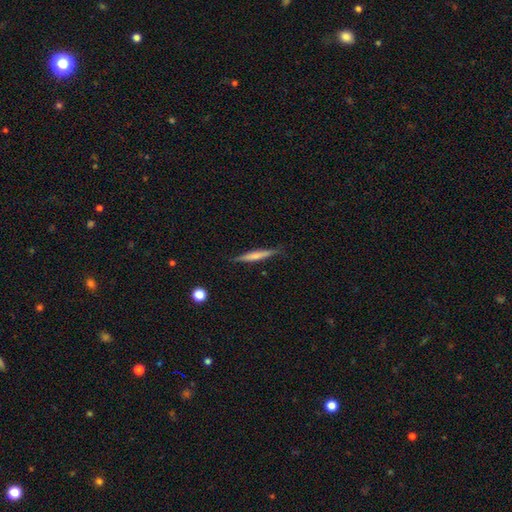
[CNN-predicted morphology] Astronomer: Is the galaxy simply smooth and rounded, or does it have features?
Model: smooth — 53% (runner-up: featured or disk, 41%).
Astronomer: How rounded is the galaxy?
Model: cigar-shaped — 94%.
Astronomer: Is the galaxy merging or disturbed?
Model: none — 86%.